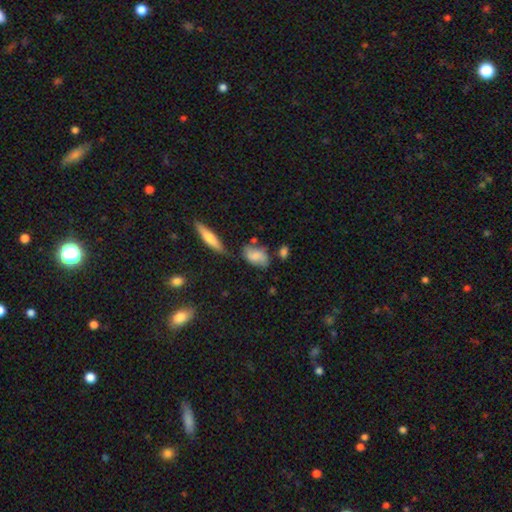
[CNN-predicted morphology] smooth-or-featured: smooth: 65% | featured or disk: 26% | star or artifact: 9%
  how-rounded: in between: 85% | round: 10% | cigar-shaped: 5%
  merging: none: 52% | minor disturbance: 28% | merger: 10% | major disturbance: 10%